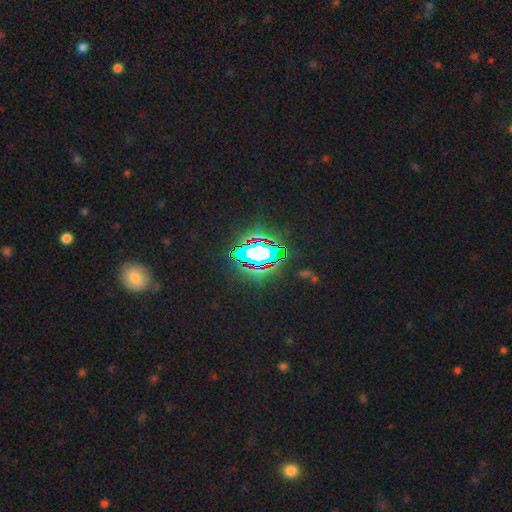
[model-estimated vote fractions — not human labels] The model was most divided on "smooth or featured": star or artifact: 83%, smooth: 10%, featured or disk: 7%.